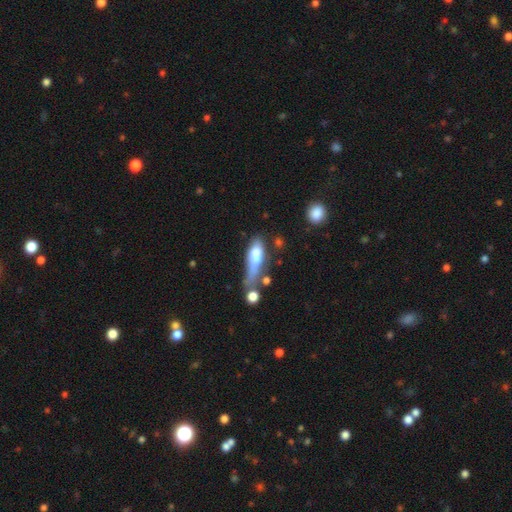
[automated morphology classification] smooth 66%, featured or disk 25%, star or artifact 9%. Down the decision tree: how rounded — in between (52%); merging — major disturbance (34%).